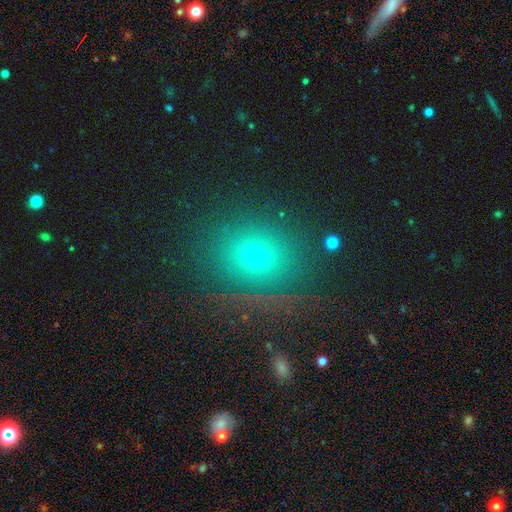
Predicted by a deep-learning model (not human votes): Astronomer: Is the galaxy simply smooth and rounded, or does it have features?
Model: smooth — 58%.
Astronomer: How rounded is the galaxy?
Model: round — 74%.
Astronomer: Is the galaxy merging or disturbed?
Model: none — 81%.